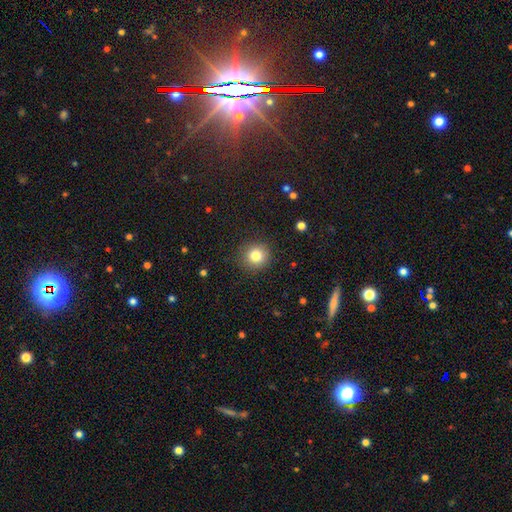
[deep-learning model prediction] This is clearly a smooth galaxy (81%). How rounded: clearly round (93%). Merging: clearly none (90%).